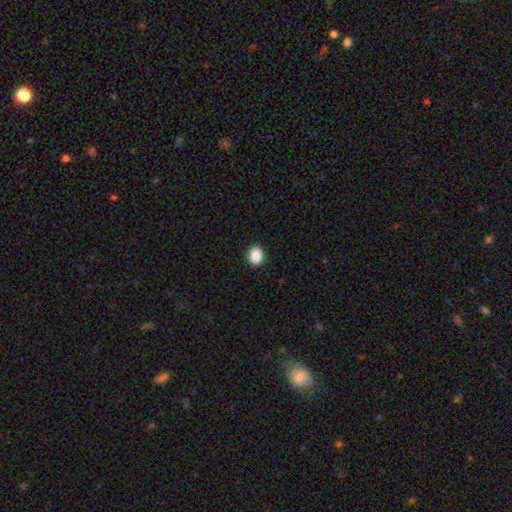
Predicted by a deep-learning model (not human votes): Smooth or featured?
  - smooth: 89% *
  - star or artifact: 9%
  - featured or disk: 3%
How rounded?
  - round: 65% *
  - in between: 34%
  - cigar-shaped: 1%
Merging?
  - none: 92% *
  - minor disturbance: 5%
  - major disturbance: 2%
  - merger: 1%